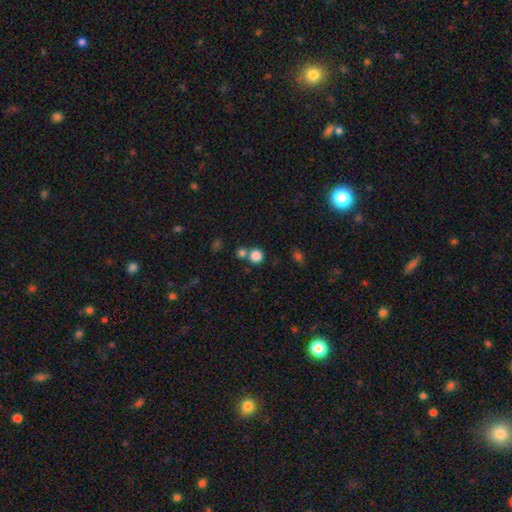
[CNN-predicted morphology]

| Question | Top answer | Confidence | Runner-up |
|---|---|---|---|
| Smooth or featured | smooth | 82% | star or artifact (12%) |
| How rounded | round | 91% | in between (8%) |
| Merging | none | 65% | merger (25%) |